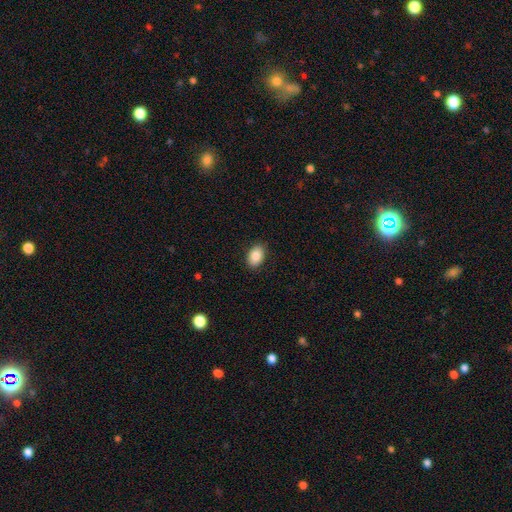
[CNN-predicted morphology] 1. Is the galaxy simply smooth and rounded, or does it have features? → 87% smooth, 7% star or artifact, 6% featured or disk.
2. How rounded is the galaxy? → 85% in between, 14% round, 1% cigar-shaped.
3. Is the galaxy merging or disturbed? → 88% none, 9% minor disturbance, 2% major disturbance, 1% merger.